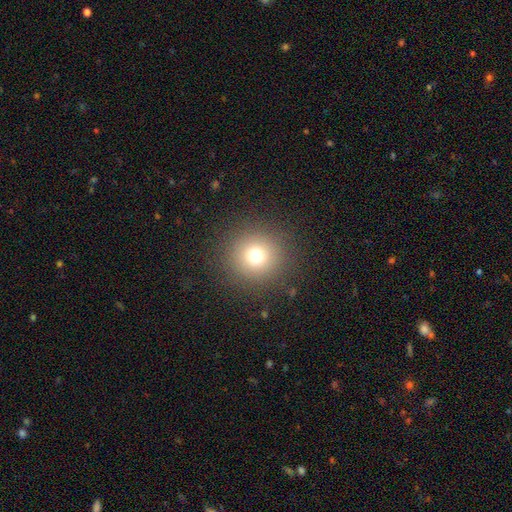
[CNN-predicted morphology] Smooth or featured? Predicted: smooth (p=0.73). How rounded? Predicted: round (p=0.95). Merging? Predicted: none (p=0.89).